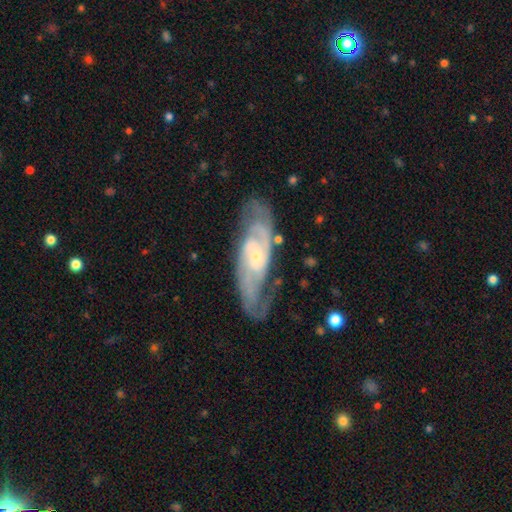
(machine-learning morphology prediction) A featured or disk galaxy (89%) with no bar (59%), 2 (70%) tight (53%) spiral arms (97%) and a small central bulge (69%).

Vote fractions:
- Smooth or featured? featured or disk: 89% / smooth: 6% / star or artifact: 5%
- Edge-on disk? no: 92% / yes: 8%
- Bar? no: 59% / weak: 32% / strong: 9%
- Spiral arms? yes: 97% / no: 3%
- Spiral winding? tight: 53% / medium: 39% / loose: 8%
- Spiral arm count? 2: 70% / can't tell: 12% / 3: 10% / 4: 3% / 1: 3% / more than 4: 2%
- Bulge size? small: 69% / moderate: 27% / none: 2% / large: 1% / dominant: 1%
- Merging? none: 74% / minor disturbance: 17% / major disturbance: 7% / merger: 2%